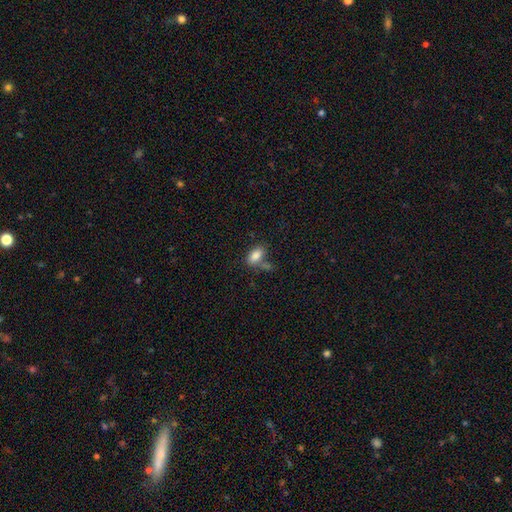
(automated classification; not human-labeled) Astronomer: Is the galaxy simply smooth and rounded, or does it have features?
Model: smooth — 85%.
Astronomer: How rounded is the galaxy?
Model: in between — 91%.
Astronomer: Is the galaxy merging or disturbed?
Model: none — 54%.